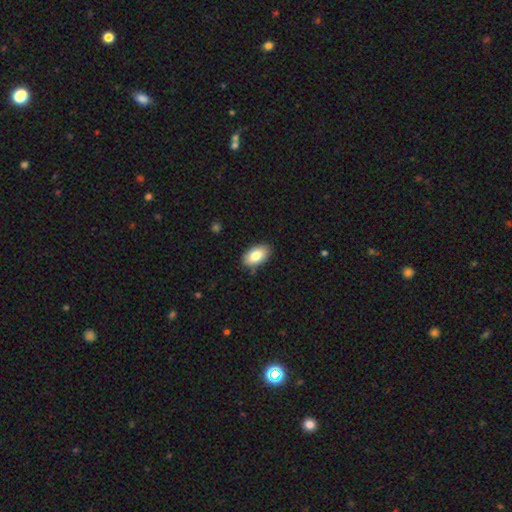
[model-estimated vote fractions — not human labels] Smooth or featured: smooth — 82% (featured or disk — 11%)
How rounded: in between — 94% (round — 5%)
Merging: none — 84% (minor disturbance — 13%)